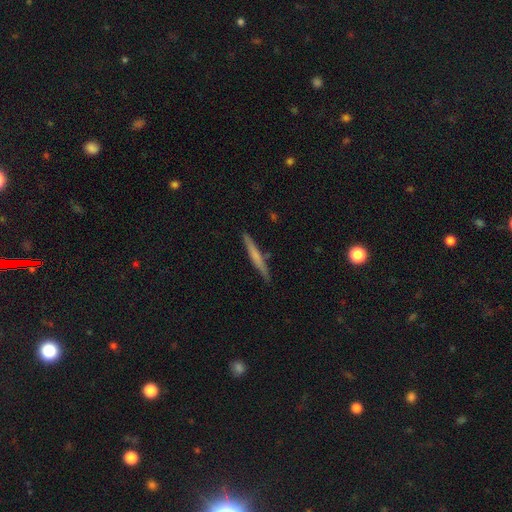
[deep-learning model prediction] This appears to be a smooth galaxy with no disk features (53%) that is cigar-shaped (96%). Merging: none (87%).